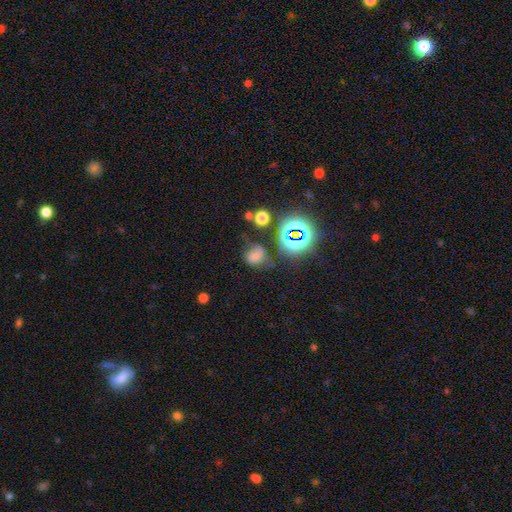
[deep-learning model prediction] A smooth galaxy with no disk features (50%) that is round (60%).

Vote fractions:
- Smooth or featured? smooth: 50% / star or artifact: 28% / featured or disk: 22%
- How rounded? round: 60% / in between: 39% / cigar-shaped: 1%
- Merging? none: 44% / minor disturbance: 27% / major disturbance: 22% / merger: 7%